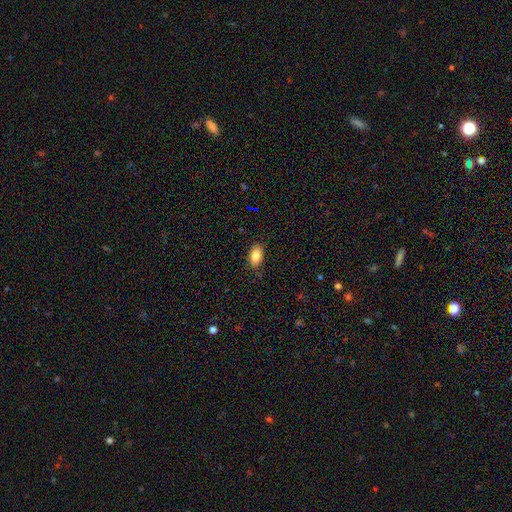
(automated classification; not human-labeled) Smooth or featured?
  - smooth: 86% *
  - star or artifact: 8%
  - featured or disk: 6%
How rounded?
  - in between: 92% *
  - round: 6%
  - cigar-shaped: 3%
Merging?
  - none: 83% *
  - minor disturbance: 13%
  - major disturbance: 3%
  - merger: 1%